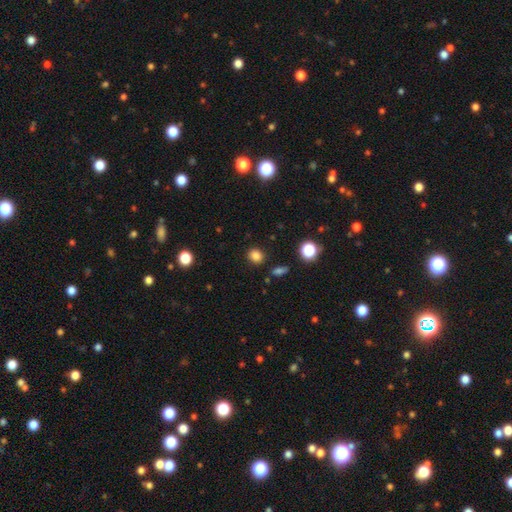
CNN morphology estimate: This is clearly a smooth galaxy (83%). How rounded: likely round (76%). Merging: clearly none (88%).